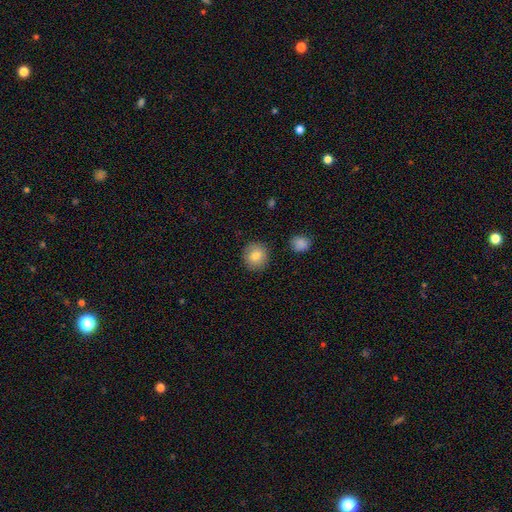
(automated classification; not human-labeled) This appears to be a smooth galaxy with no disk features (81%) that is round (90%). Merging: none (88%).